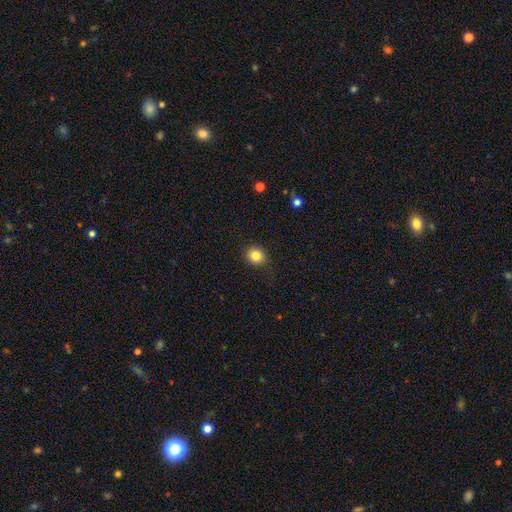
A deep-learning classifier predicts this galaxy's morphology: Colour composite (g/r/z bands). It shows a smooth galaxy with no disk features (83%) that is round (83%). Merging: none (89%).